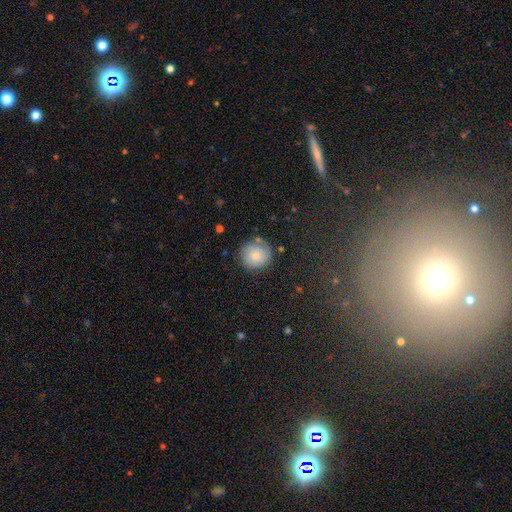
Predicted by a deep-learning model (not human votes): Smooth or featured? Predicted: smooth (p=0.78). How rounded? Predicted: round (p=0.89). Merging? Predicted: none (p=0.73).